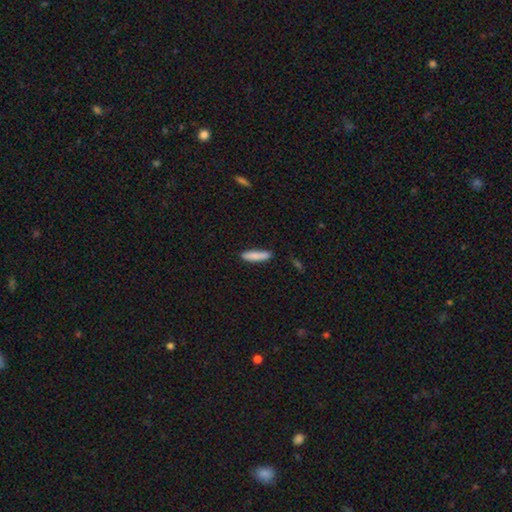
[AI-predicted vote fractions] Smooth or featured? smooth (85%)
How rounded? cigar-shaped (80%)
Merging? none (82%)